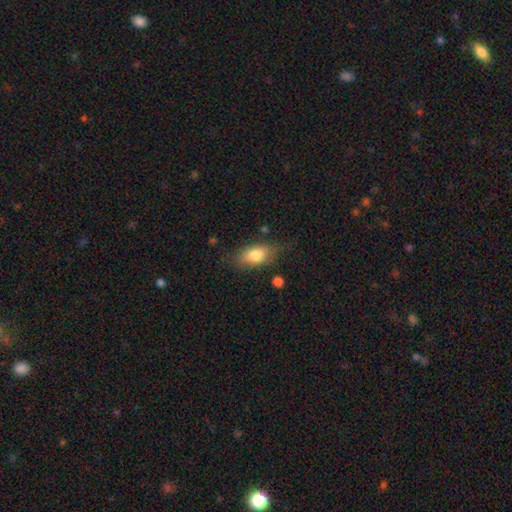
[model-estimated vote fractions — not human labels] smooth 80%, featured or disk 13%, star or artifact 7%. Down the decision tree: how rounded — in between (86%); merging — none (73%).